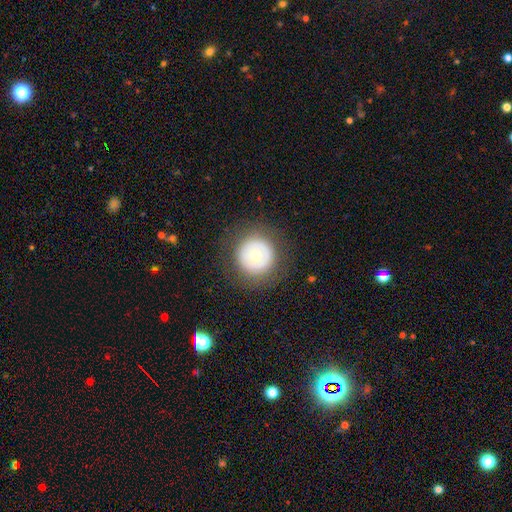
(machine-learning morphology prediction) smooth_or_featured: smooth (p=0.50) [alt: featured or disk p=0.42]
merging: none (p=0.85) [alt: minor disturbance p=0.09]